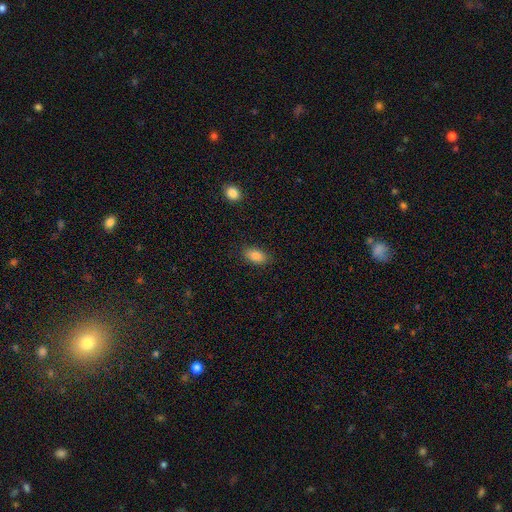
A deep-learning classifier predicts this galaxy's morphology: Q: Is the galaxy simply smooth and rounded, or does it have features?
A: smooth — 85%.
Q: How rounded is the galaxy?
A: in between — 90%.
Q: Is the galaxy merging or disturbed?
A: none — 86%.